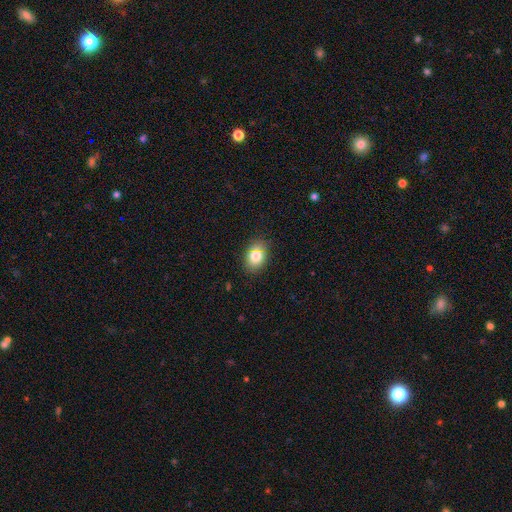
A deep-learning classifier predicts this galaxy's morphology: A smooth galaxy with no disk features (79%) that is in between round and cigar-shaped (71%). Merging: none (84%).